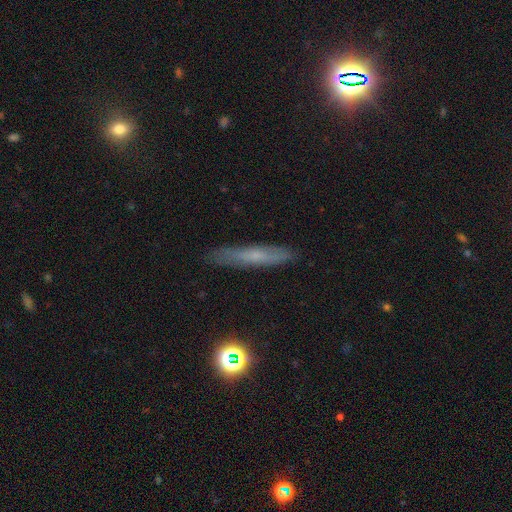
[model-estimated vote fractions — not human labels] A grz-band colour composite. It shows a smooth galaxy with no disk features (49%). Merging: none (84%).